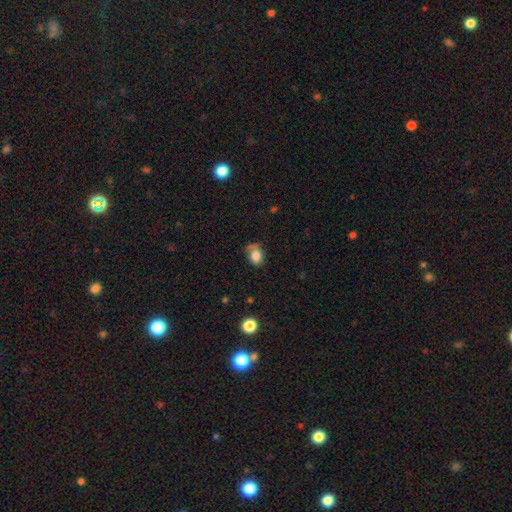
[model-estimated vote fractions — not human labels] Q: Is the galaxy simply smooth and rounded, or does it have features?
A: smooth — 78%.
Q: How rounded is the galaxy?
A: in between — 69%.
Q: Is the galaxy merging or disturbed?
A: none — 50%.